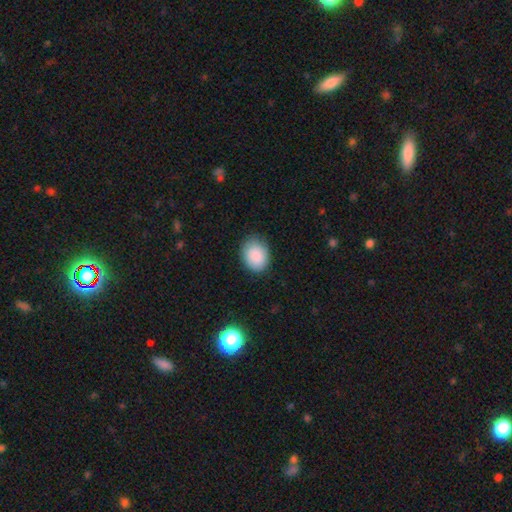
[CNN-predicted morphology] Smooth or featured: smooth — 88% (star or artifact — 7%)
How rounded: in between — 63% (round — 36%)
Merging: none — 82% (minor disturbance — 14%)